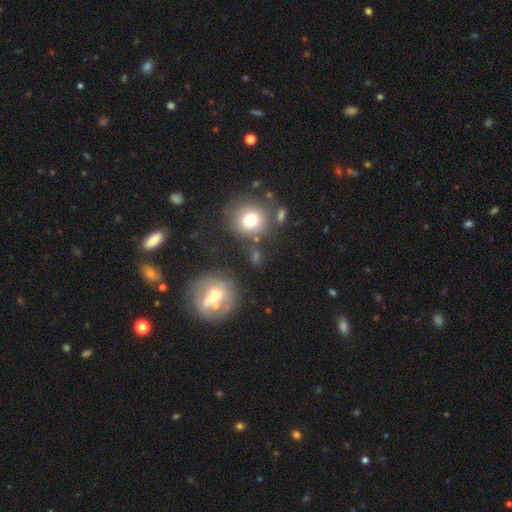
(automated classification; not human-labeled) Smooth or featured: smooth — 58% (star or artifact — 21%)
How rounded: round — 79% (in between — 19%)
Merging: none — 68% (minor disturbance — 13%)